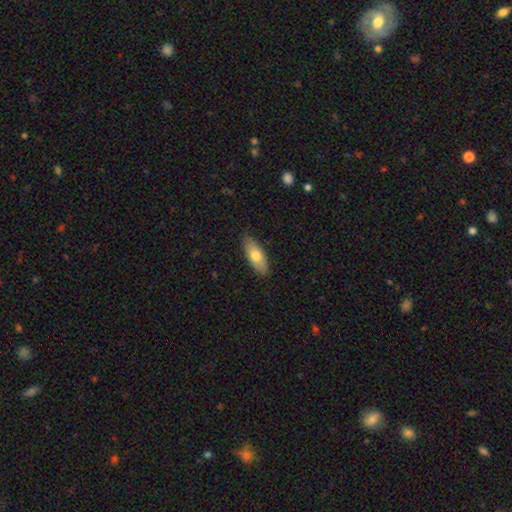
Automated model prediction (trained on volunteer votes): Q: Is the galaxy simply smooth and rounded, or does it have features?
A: smooth — 72%.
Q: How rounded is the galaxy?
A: in between — 75%.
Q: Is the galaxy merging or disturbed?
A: none — 85%.